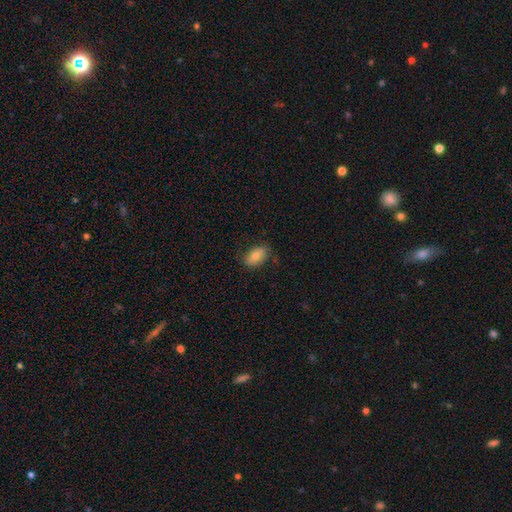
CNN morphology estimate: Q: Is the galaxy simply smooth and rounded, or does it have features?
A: smooth — 75%.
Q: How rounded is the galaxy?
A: in between — 90%.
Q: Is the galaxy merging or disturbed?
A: none — 78%.